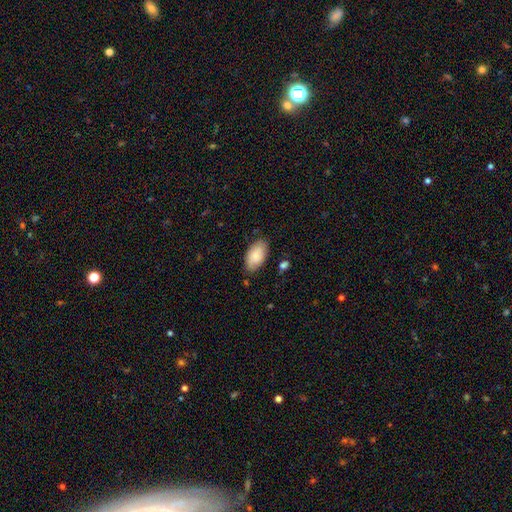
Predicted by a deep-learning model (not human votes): The model was most divided on "merging": none: 80%, minor disturbance: 16%, major disturbance: 3%, merger: 2%. More confident: how rounded — in between (95%); smooth or featured — smooth (86%).